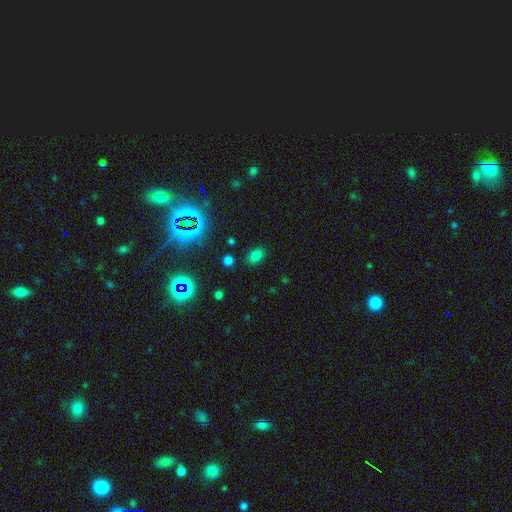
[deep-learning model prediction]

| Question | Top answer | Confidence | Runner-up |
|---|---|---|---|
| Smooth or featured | smooth | 71% | star or artifact (23%) |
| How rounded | in between | 79% | round (20%) |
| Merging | none | 84% | minor disturbance (10%) |